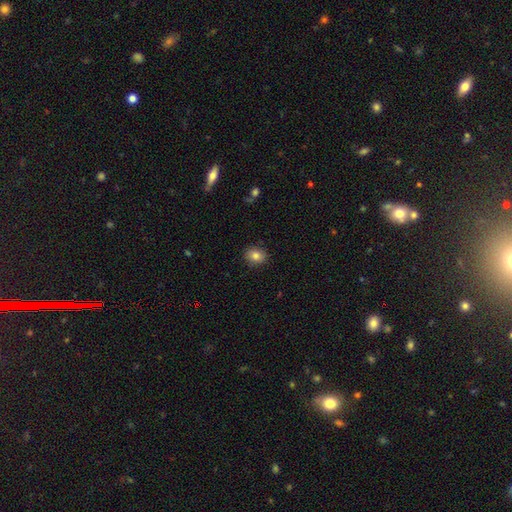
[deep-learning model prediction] Smooth or featured?
  - smooth: 83% *
  - star or artifact: 10%
  - featured or disk: 7%
How rounded?
  - round: 61% *
  - in between: 38%
  - cigar-shaped: 1%
Merging?
  - none: 89% *
  - minor disturbance: 8%
  - major disturbance: 2%
  - merger: 1%